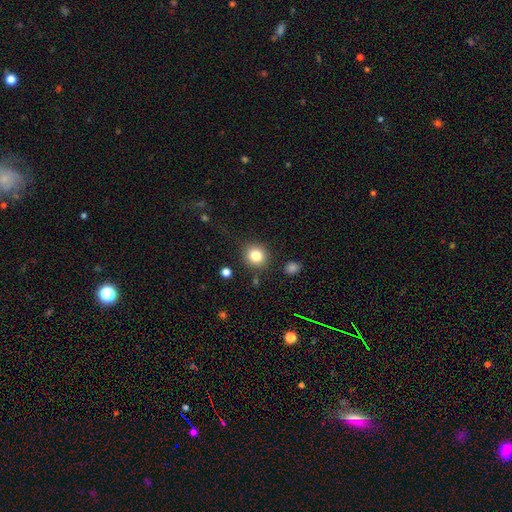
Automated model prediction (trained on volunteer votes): Morphology: type=smooth (82%); roundness=round (88%); merging=none (86%).